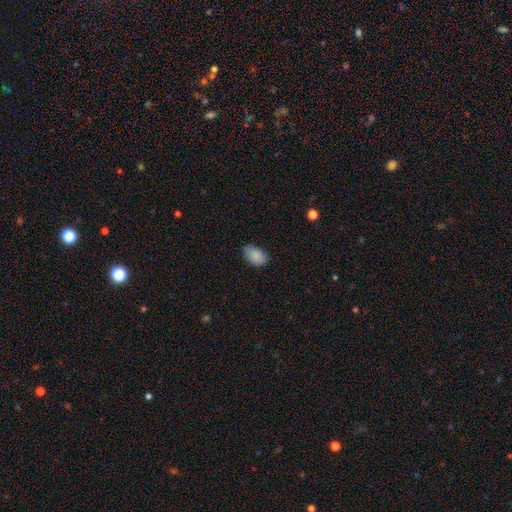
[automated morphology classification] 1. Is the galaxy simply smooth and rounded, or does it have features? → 88% smooth, 7% star or artifact, 5% featured or disk.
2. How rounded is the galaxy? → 91% in between, 7% round, 1% cigar-shaped.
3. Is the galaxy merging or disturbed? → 76% none, 20% minor disturbance, 3% major disturbance, 1% merger.